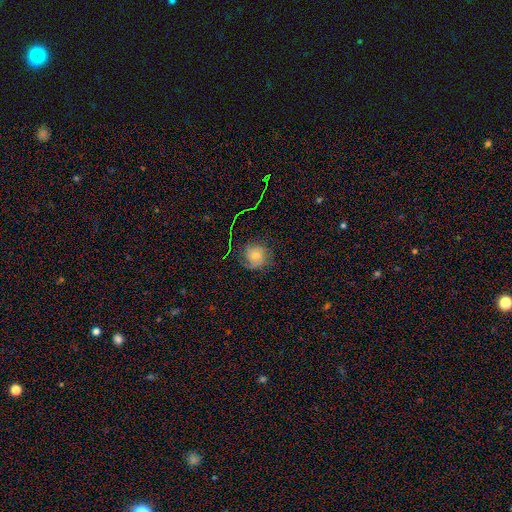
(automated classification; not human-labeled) Smooth or featured?
  - featured or disk: 49% *
  - smooth: 37%
  - star or artifact: 14%
Merging?
  - none: 69% *
  - minor disturbance: 19%
  - major disturbance: 11%
  - merger: 2%